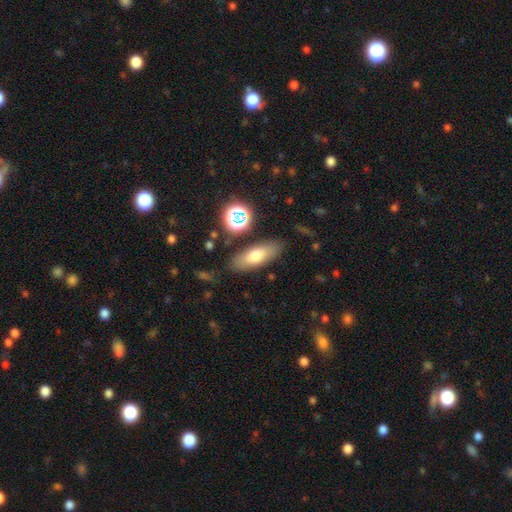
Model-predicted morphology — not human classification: Smooth or featured: smooth — 68% (featured or disk — 22%)
How rounded: in between — 63% (cigar-shaped — 33%)
Merging: none — 82% (minor disturbance — 11%)